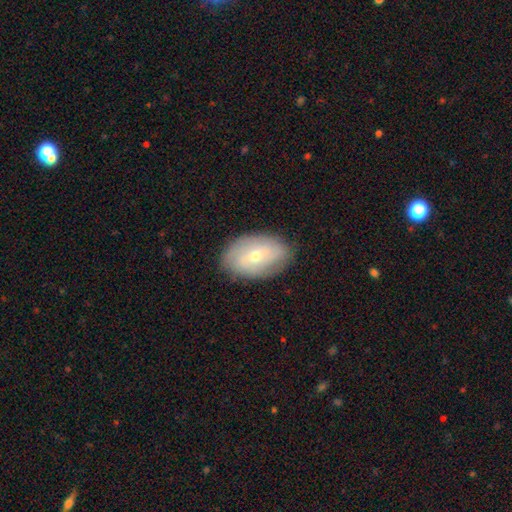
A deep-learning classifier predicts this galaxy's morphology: smooth_or_featured: featured or disk (p=0.49) [alt: smooth p=0.44]
merging: none (p=0.83) [alt: minor disturbance p=0.12]